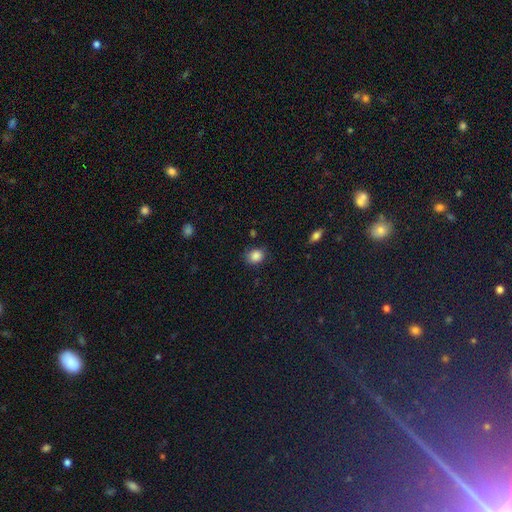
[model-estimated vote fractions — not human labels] Smooth or featured? Predicted: smooth (p=0.86). How rounded? Predicted: round (p=0.59). Merging? Predicted: none (p=0.77).